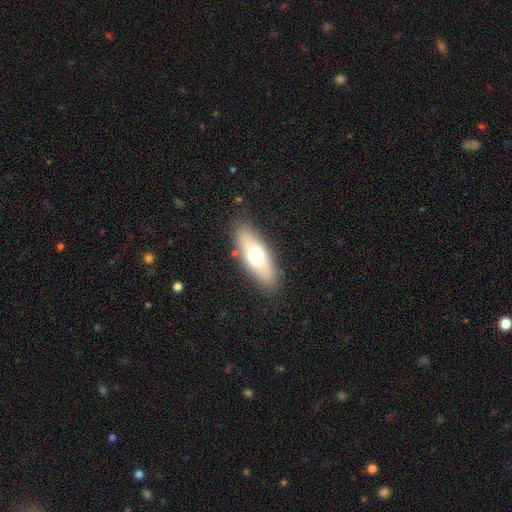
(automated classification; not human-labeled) A smooth galaxy with no disk features (62%) that is in between round and cigar-shaped (66%). Merging: none (86%).